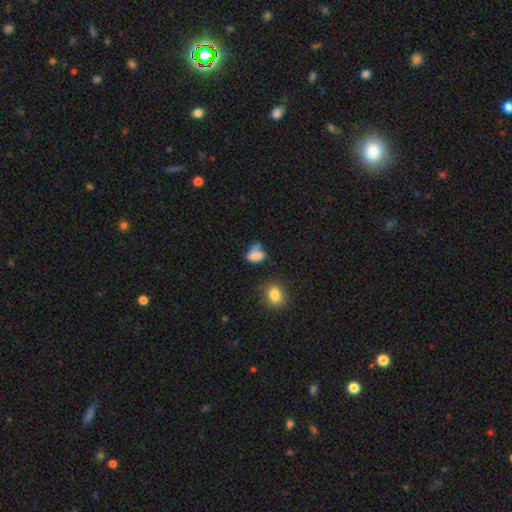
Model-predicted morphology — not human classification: A smooth galaxy with no disk features (76%) that is in between round and cigar-shaped (79%). Merging: none (33%).